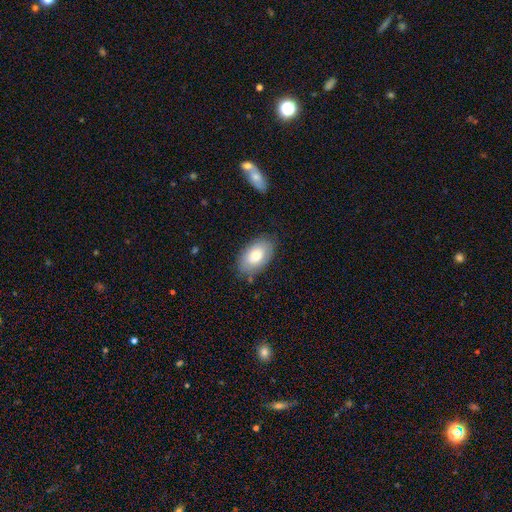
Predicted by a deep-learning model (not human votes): smooth 72%, featured or disk 21%, star or artifact 7%. Down the decision tree: how rounded — in between (93%); merging — none (79%).